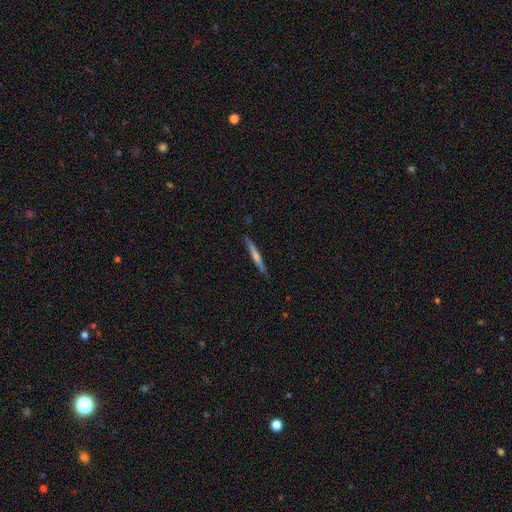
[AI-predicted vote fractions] smooth_or_featured: featured or disk (p=0.65) [alt: smooth p=0.28]
disk_edge_on: yes (p=0.98) [alt: no p=0.02]
edge_on_bulge: rounded (p=0.71) [alt: none p=0.23]
merging: none (p=0.91) [alt: minor disturbance p=0.07]